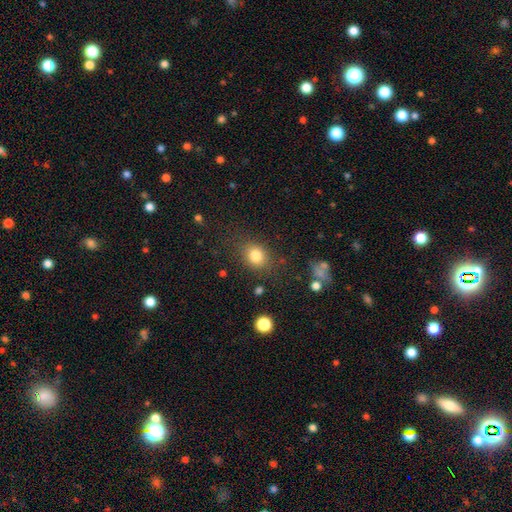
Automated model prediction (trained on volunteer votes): smooth_or_featured: smooth (p=0.81) [alt: star or artifact p=0.12]
how_rounded: round (p=0.57) [alt: in between p=0.42]
merging: none (p=0.79) [alt: minor disturbance p=0.13]